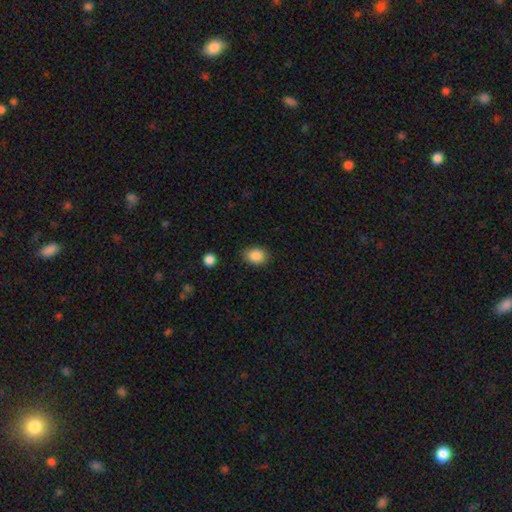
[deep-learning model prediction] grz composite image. It shows a smooth galaxy with no disk features (87%) that is in between round and cigar-shaped (68%). Merging: none (84%).